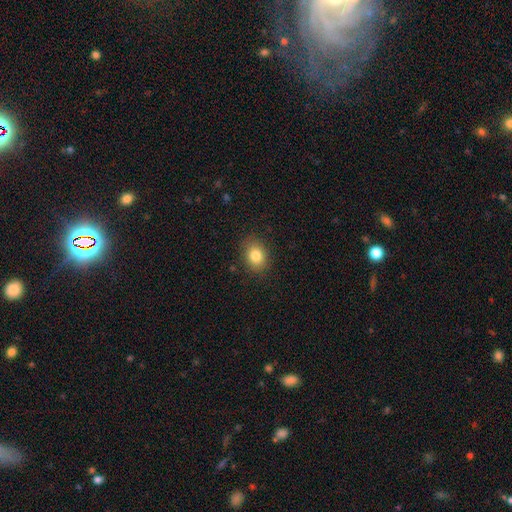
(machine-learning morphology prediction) This is clearly a smooth galaxy (83%). How rounded: possibly in between (54%). Merging: clearly none (87%).